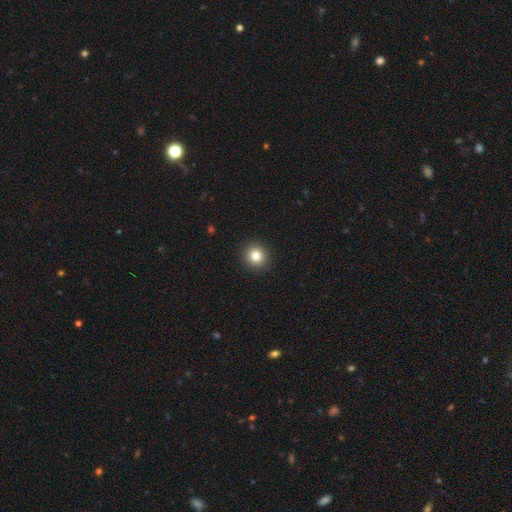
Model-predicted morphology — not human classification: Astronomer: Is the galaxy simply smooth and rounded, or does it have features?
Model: smooth — 82%.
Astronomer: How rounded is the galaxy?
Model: round — 92%.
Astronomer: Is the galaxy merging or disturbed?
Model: none — 92%.